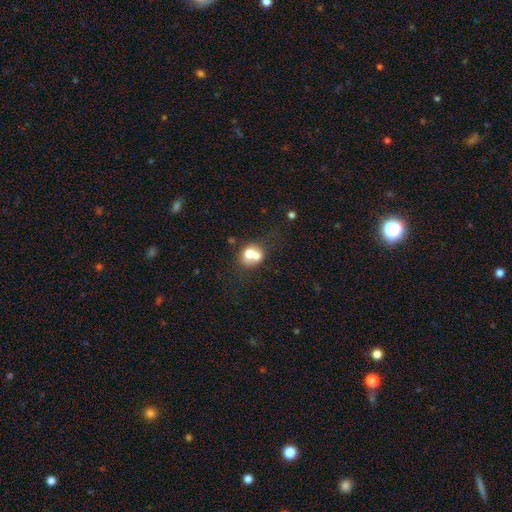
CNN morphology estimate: type=smooth (65%); roundness=round (65%); merging=merger (59%).